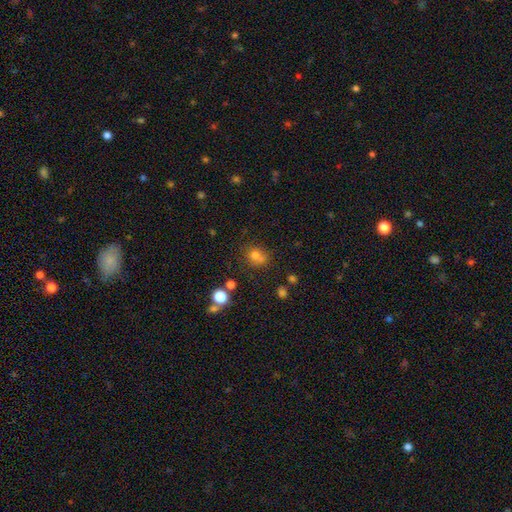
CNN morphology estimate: This appears to be a smooth galaxy with no disk features (70%) that is round (67%). Merging: none (51%).